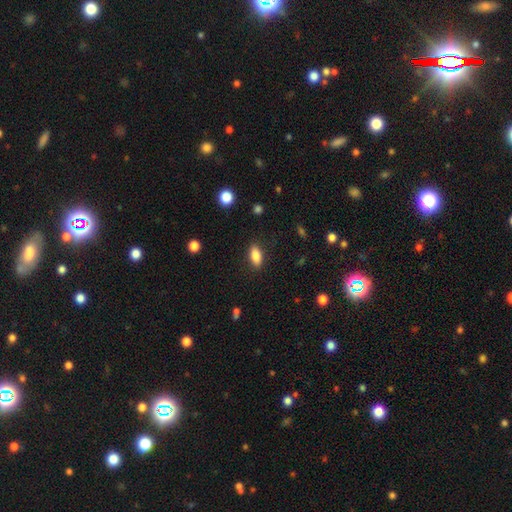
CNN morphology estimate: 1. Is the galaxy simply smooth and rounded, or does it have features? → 84% smooth, 9% featured or disk, 8% star or artifact.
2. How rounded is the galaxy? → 84% in between, 12% cigar-shaped, 4% round.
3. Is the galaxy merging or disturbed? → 87% none, 10% minor disturbance, 3% major disturbance, 1% merger.